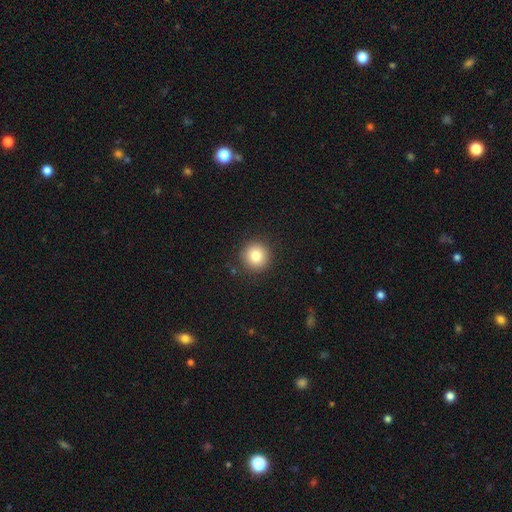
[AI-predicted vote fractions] Morphology: type=smooth (83%); roundness=round (95%); merging=none (91%).